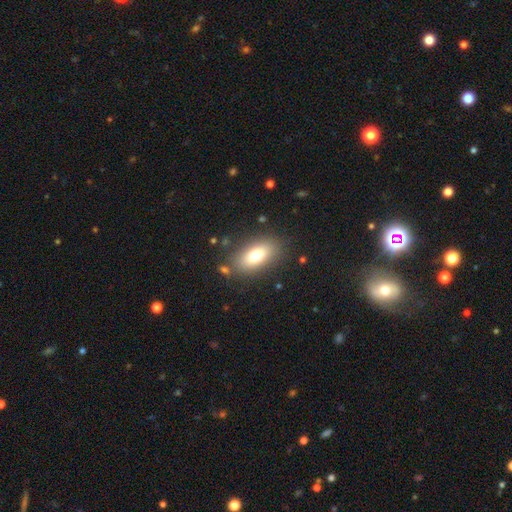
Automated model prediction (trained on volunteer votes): The model was most divided on "smooth or featured": smooth: 74%, featured or disk: 17%, star or artifact: 9%. More confident: how rounded — in between (87%); merging — none (82%).